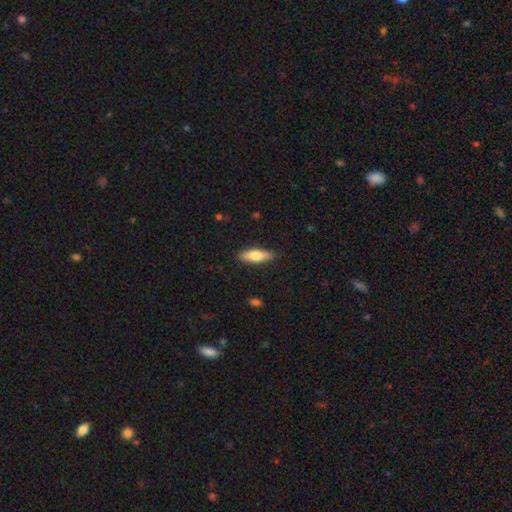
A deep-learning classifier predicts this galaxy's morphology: This is likely a smooth galaxy (66%). How rounded: possibly in between (57%). Merging: clearly none (87%).